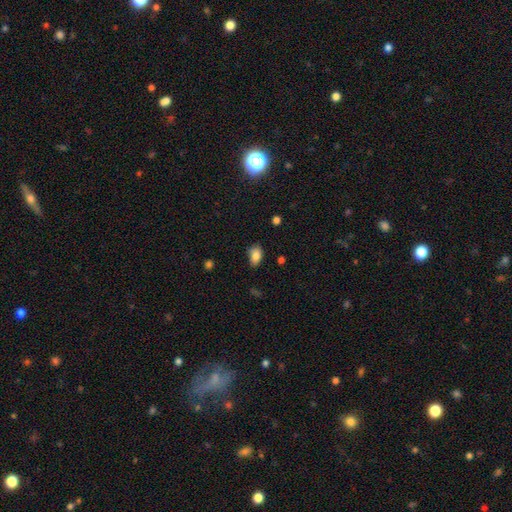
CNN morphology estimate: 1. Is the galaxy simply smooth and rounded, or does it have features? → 83% smooth, 9% star or artifact, 8% featured or disk.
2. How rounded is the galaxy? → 86% in between, 12% round, 2% cigar-shaped.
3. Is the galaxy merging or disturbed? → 70% none, 24% minor disturbance, 4% major disturbance, 2% merger.